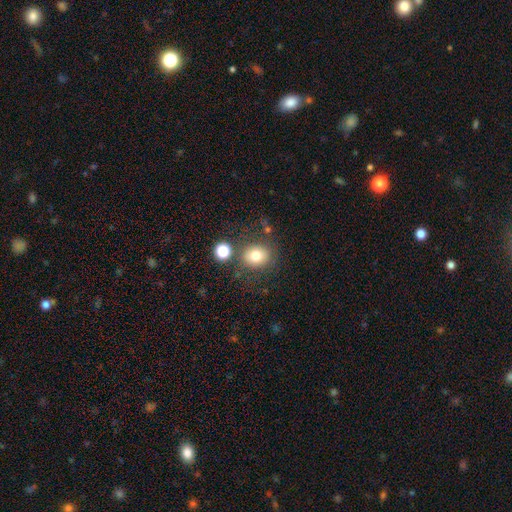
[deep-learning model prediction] Morphology: type=smooth (77%); roundness=round (72%); merging=none (75%).